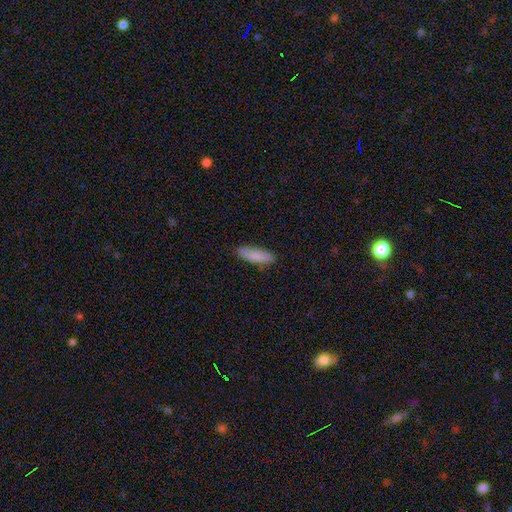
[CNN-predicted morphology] Smooth or featured? smooth (86%)
How rounded? cigar-shaped (58%)
Merging? none (86%)